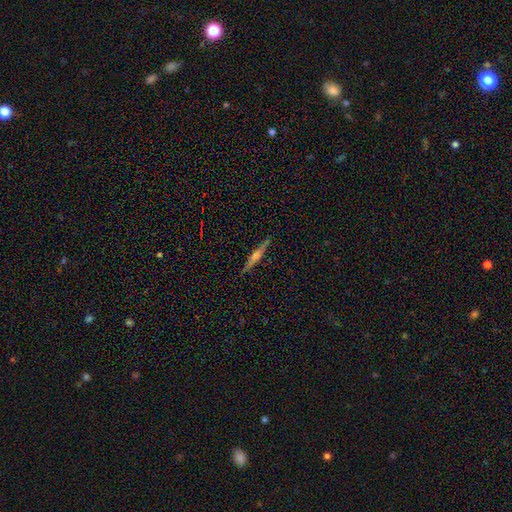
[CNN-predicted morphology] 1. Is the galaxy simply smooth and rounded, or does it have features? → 69% featured or disk, 24% smooth, 7% star or artifact.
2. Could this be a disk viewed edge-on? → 98% yes, 2% no.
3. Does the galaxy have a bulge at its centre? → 78% rounded, 12% boxy, 11% none.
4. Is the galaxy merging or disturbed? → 91% none, 6% minor disturbance, 1% major disturbance, 1% merger.